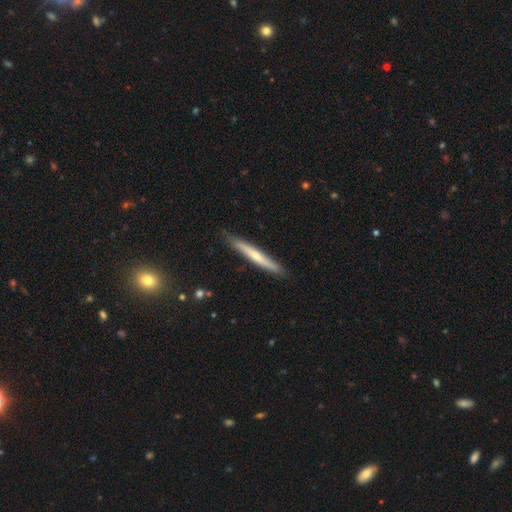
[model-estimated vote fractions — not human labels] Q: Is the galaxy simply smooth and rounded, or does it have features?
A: featured or disk — 49%.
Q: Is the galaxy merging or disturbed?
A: none — 88%.